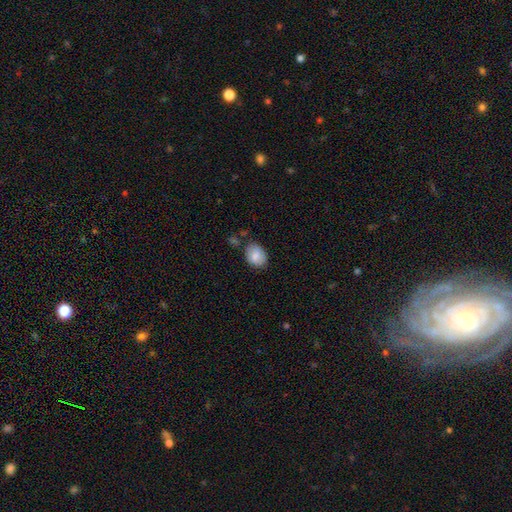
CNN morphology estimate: smooth 84%, featured or disk 8%, star or artifact 7%. Down the decision tree: how rounded — in between (70%); merging — none (71%).